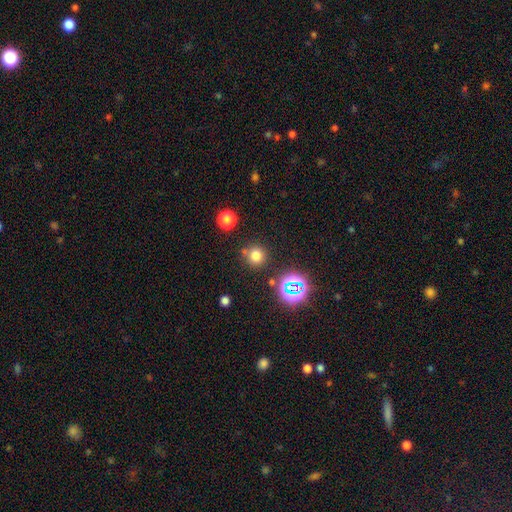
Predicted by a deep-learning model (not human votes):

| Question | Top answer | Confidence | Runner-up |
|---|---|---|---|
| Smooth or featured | smooth | 71% | star or artifact (22%) |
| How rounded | round | 92% | in between (7%) |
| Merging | none | 78% | minor disturbance (9%) |